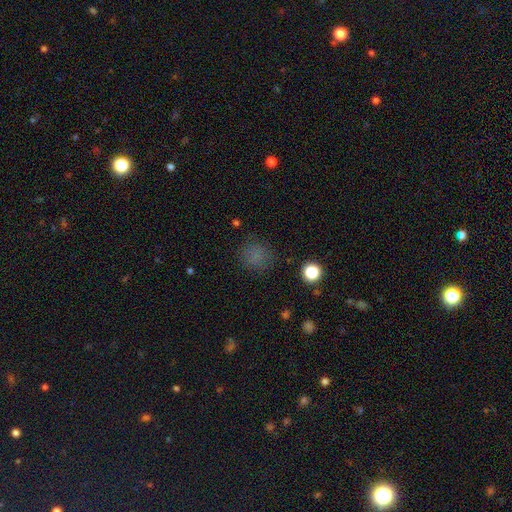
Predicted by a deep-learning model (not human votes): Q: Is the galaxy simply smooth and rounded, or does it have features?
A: smooth — 75%.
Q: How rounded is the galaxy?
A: round — 84%.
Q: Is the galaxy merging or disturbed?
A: none — 81%.